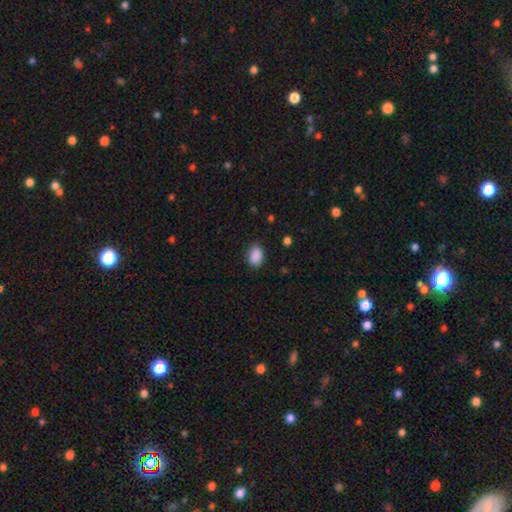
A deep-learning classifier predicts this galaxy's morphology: This appears to be a smooth galaxy with no disk features (90%) that is in between round and cigar-shaped (84%). Merging: none (85%).